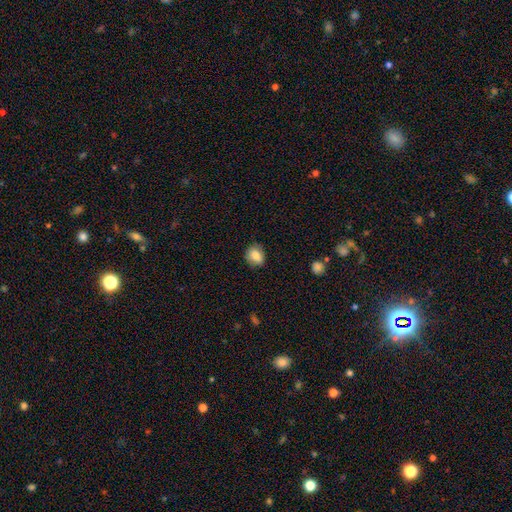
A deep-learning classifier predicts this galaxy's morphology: smooth-or-featured: smooth: 84% | star or artifact: 9% | featured or disk: 7%
  how-rounded: round: 50% | in between: 48% | cigar-shaped: 1%
  merging: none: 78% | minor disturbance: 18% | major disturbance: 4% | merger: 1%